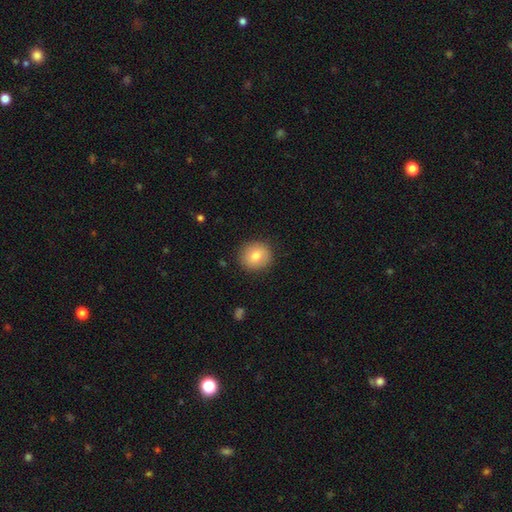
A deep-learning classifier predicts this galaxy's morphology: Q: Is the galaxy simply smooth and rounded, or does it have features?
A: smooth — 79%.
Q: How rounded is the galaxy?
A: round — 86%.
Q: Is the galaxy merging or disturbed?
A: none — 89%.